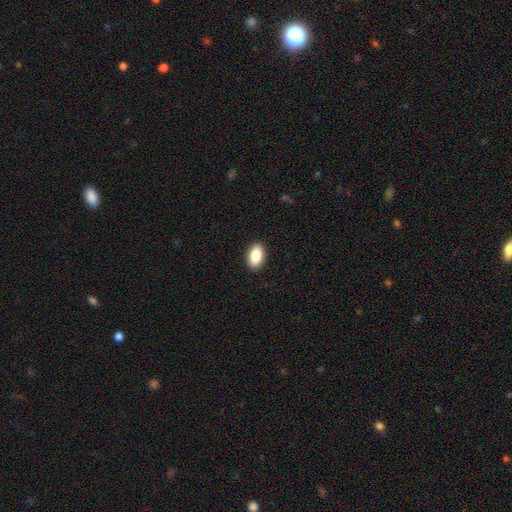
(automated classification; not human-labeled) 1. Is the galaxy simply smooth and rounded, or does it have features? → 87% smooth, 7% star or artifact, 6% featured or disk.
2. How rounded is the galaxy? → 93% in between, 5% round, 3% cigar-shaped.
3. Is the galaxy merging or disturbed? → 91% none, 7% minor disturbance, 2% major disturbance, 1% merger.